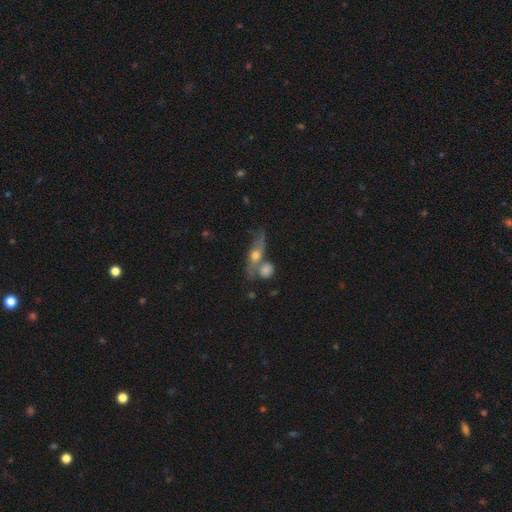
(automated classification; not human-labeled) The model was most divided on "merging": merger: 39%, none: 38%, minor disturbance: 14%, major disturbance: 10%. More confident: smooth or featured — featured or disk (58%); edge-on disk — no (53%).